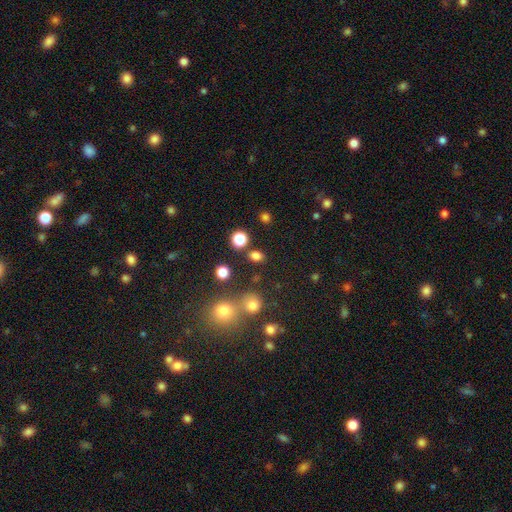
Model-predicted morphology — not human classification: Overall: smooth (77%). How rounded: in between (56%; round 42%). Merging: none (79%).